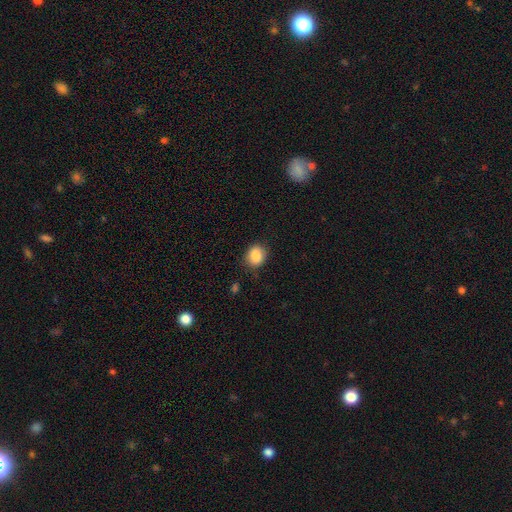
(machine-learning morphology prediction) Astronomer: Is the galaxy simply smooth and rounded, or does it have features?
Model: smooth — 86%.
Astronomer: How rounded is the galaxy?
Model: round — 61% (runner-up: in between, 38%).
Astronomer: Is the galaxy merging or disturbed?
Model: none — 81%.